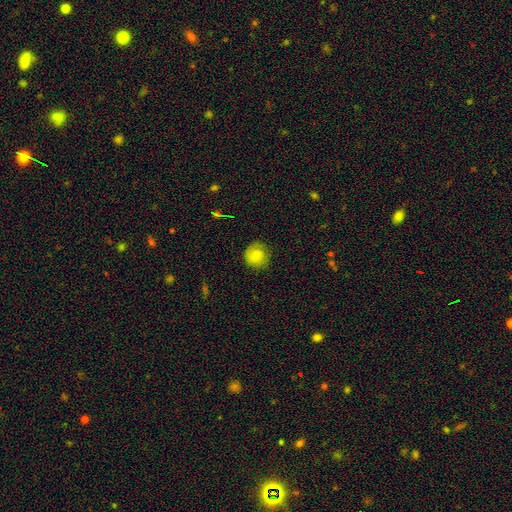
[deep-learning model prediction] Smooth or featured: smooth — 76% (featured or disk — 15%)
How rounded: round — 88% (in between — 11%)
Merging: none — 77% (minor disturbance — 18%)